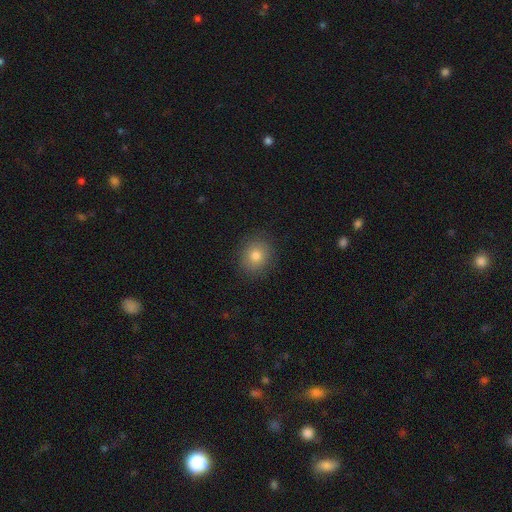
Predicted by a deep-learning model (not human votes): This is likely a smooth galaxy (80%). How rounded: likely round (73%). Merging: clearly none (88%).